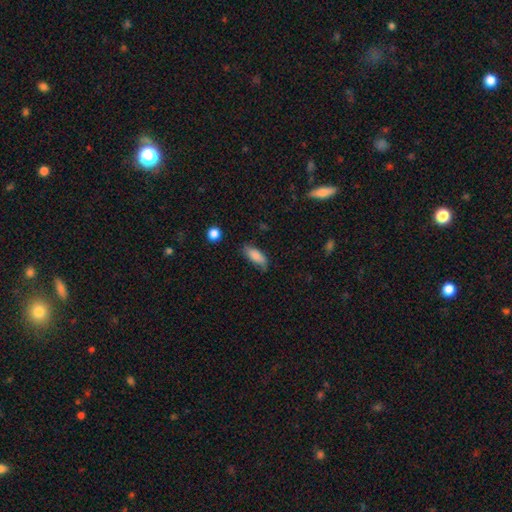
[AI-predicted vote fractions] Smooth or featured? smooth (82%)
How rounded? in between (78%)
Merging? none (69%)